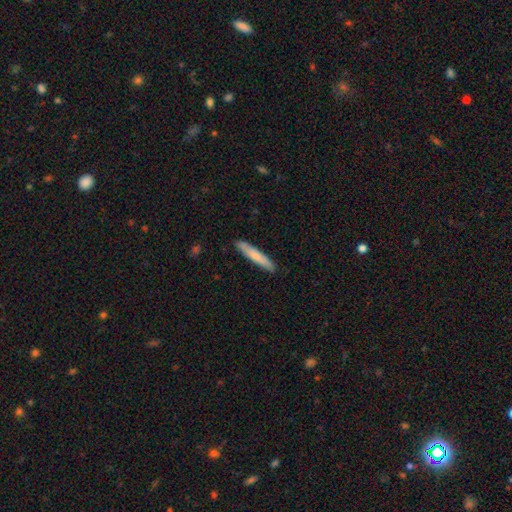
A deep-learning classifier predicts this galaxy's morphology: smooth-or-featured: smooth: 73% | featured or disk: 22% | star or artifact: 5%
  how-rounded: cigar-shaped: 94% | in between: 5% | round: 1%
  merging: none: 90% | minor disturbance: 8% | major disturbance: 1% | merger: 1%